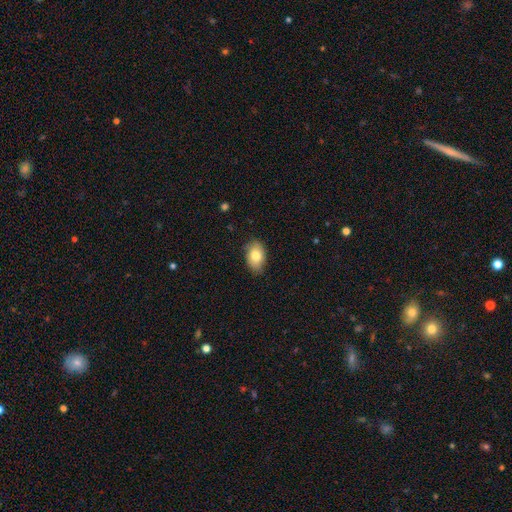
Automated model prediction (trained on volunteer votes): smooth-or-featured: smooth: 80% | featured or disk: 13% | star or artifact: 7%
  how-rounded: in between: 89% | round: 10% | cigar-shaped: 1%
  merging: none: 82% | minor disturbance: 15% | major disturbance: 3% | merger: 1%